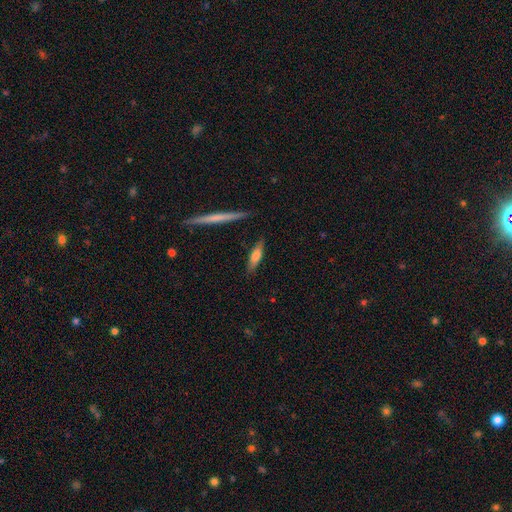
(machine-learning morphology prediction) The model was most divided on "smooth or featured": smooth: 67%, featured or disk: 27%, star or artifact: 6%. More confident: merging — none (83%); how rounded — cigar-shaped (71%).